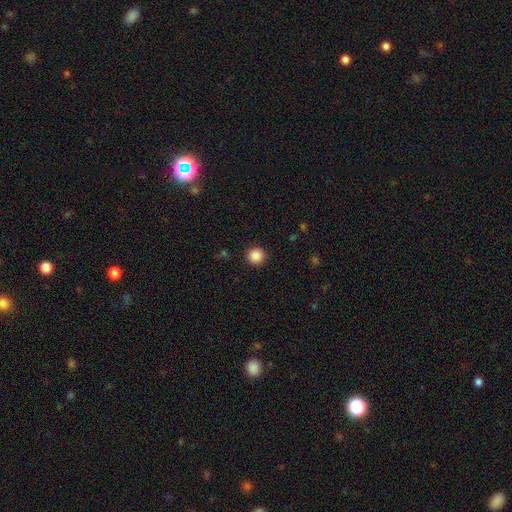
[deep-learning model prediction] smooth 88%, star or artifact 10%, featured or disk 3%. Down the decision tree: how rounded — round (94%); merging — none (92%).